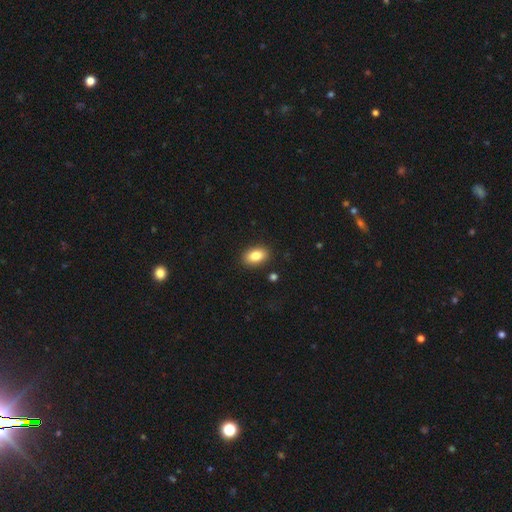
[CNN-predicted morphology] This is clearly a smooth galaxy (84%). How rounded: clearly in between (89%). Merging: clearly none (88%).